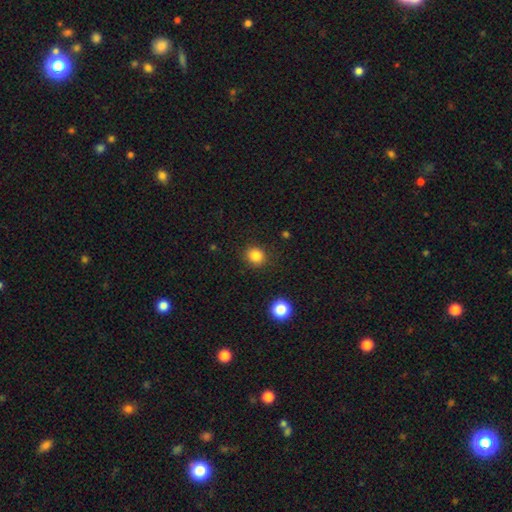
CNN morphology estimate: Smooth or featured: smooth — 84% (star or artifact — 11%)
How rounded: round — 84% (in between — 15%)
Merging: none — 88% (minor disturbance — 8%)